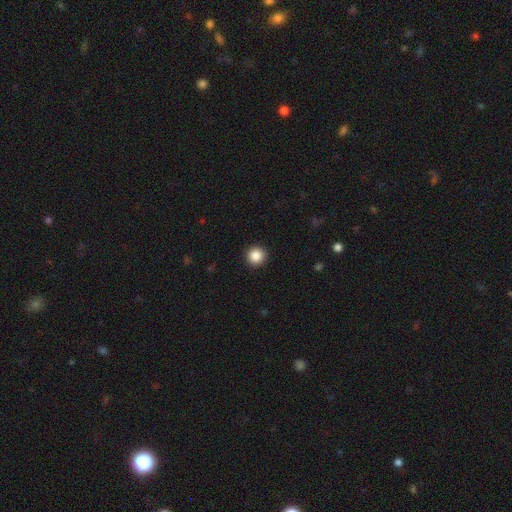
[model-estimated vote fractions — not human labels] This appears to be a smooth galaxy with no disk features (87%) that is round (95%). Merging: none (93%).